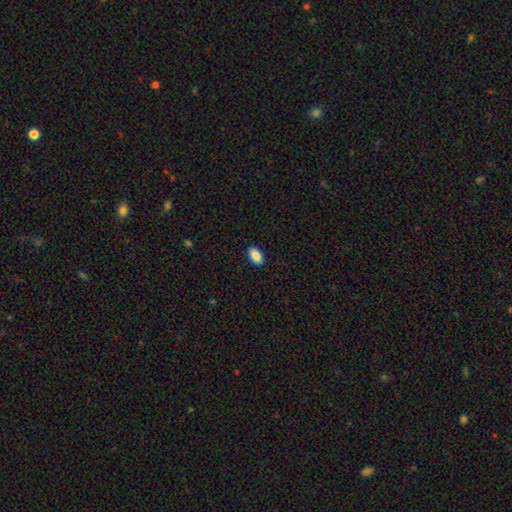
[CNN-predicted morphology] A smooth galaxy with no disk features (88%) that is in between round and cigar-shaped (93%).

Vote fractions:
- Smooth or featured? smooth: 88% / star or artifact: 7% / featured or disk: 5%
- How rounded? in between: 93% / round: 4% / cigar-shaped: 3%
- Merging? none: 90% / minor disturbance: 7% / major disturbance: 2% / merger: 1%